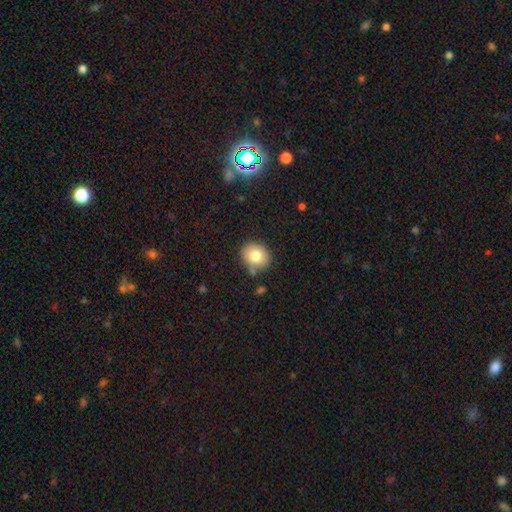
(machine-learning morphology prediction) This appears to be a smooth galaxy with no disk features (80%) that is round (65%). Merging: none (80%).